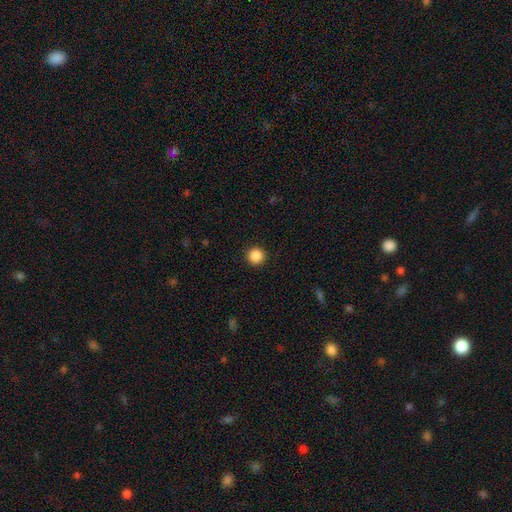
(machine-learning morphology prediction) Q: Smooth or featured?
A: smooth (87%); runner-up: star or artifact (10%)
Q: How rounded?
A: round (96%); runner-up: in between (3%)
Q: Merging?
A: none (93%); runner-up: minor disturbance (4%)